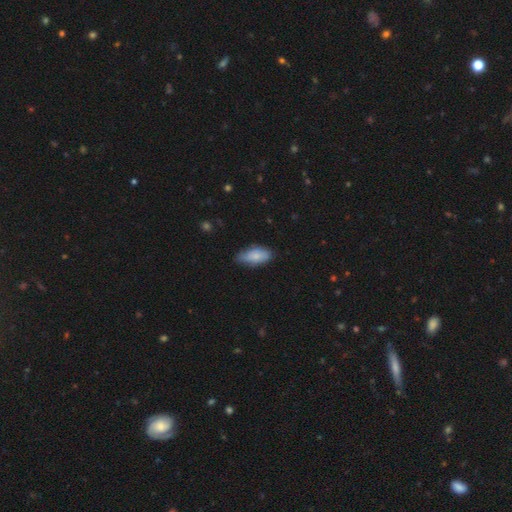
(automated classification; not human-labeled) smooth_or_featured: smooth (p=0.78) [alt: featured or disk p=0.15]
how_rounded: in between (p=0.91) [alt: cigar-shaped p=0.07]
merging: none (p=0.64) [alt: minor disturbance p=0.30]